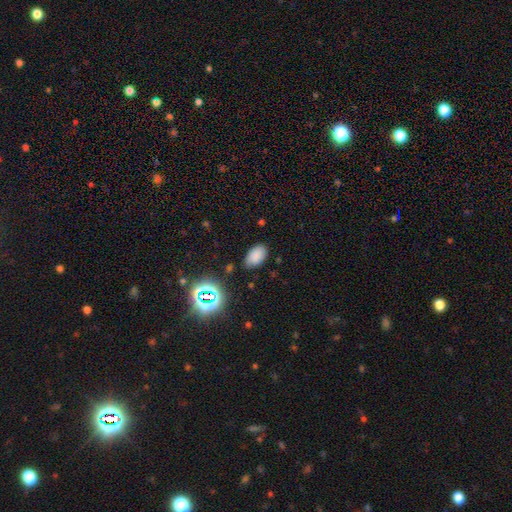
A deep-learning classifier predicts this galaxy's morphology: Smooth or featured: smooth — 80% (star or artifact — 14%)
How rounded: in between — 92% (round — 7%)
Merging: none — 78% (minor disturbance — 16%)